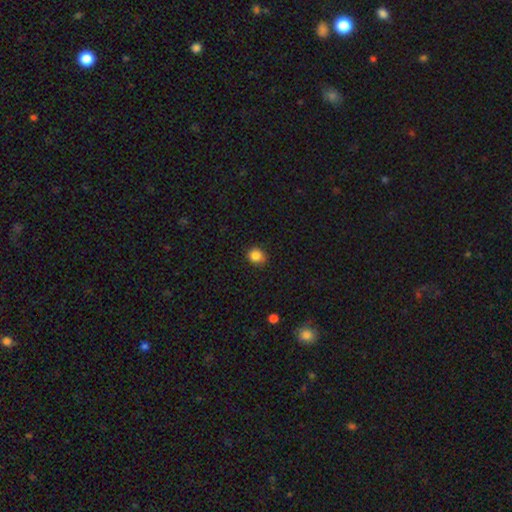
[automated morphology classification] A smooth galaxy with no disk features (86%) that is round (79%). Merging: none (86%).